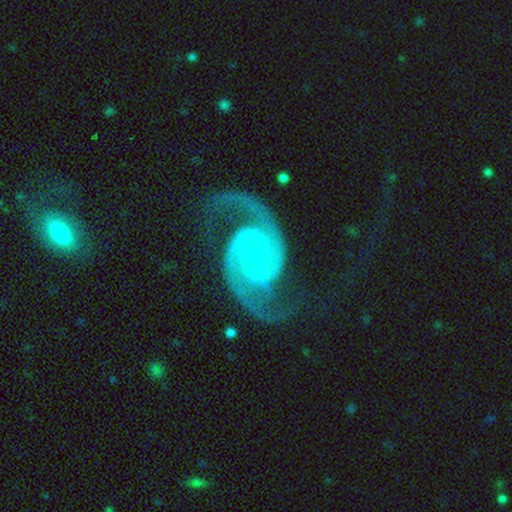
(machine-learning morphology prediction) This appears to be a featured or disk galaxy (94%) with no bar (70%), 2 (94%) medium (52%) spiral arms (99%) and a small central bulge (53%). Merging: none (76%).